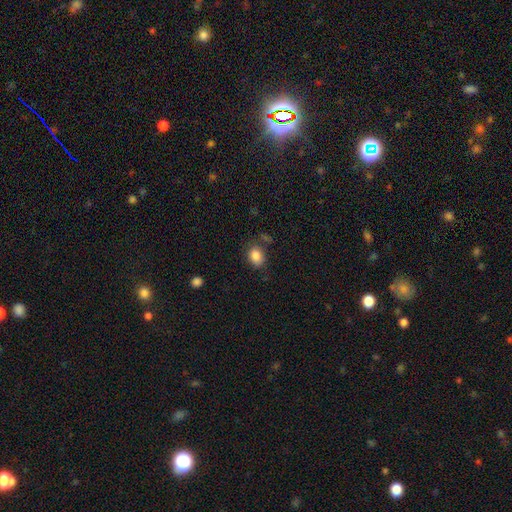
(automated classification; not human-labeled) This is clearly a smooth galaxy (86%). How rounded: likely in between (61%). Merging: likely none (72%).